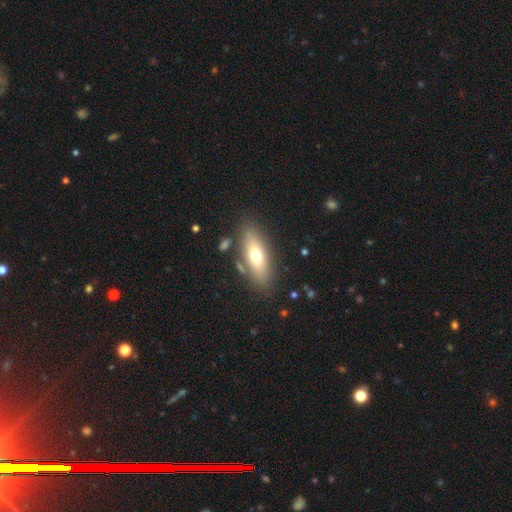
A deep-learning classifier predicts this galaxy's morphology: Smooth or featured?
  - smooth: 64% *
  - featured or disk: 29%
  - star or artifact: 8%
How rounded?
  - in between: 70% *
  - cigar-shaped: 26%
  - round: 4%
Merging?
  - none: 78% *
  - minor disturbance: 12%
  - merger: 5%
  - major disturbance: 4%